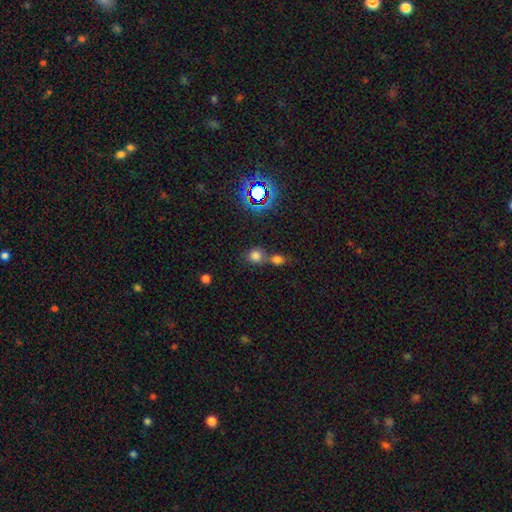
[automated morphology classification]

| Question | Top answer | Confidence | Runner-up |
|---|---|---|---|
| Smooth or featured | smooth | 75% | star or artifact (18%) |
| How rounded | round | 80% | in between (18%) |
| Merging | merger | 45% | none (44%) |